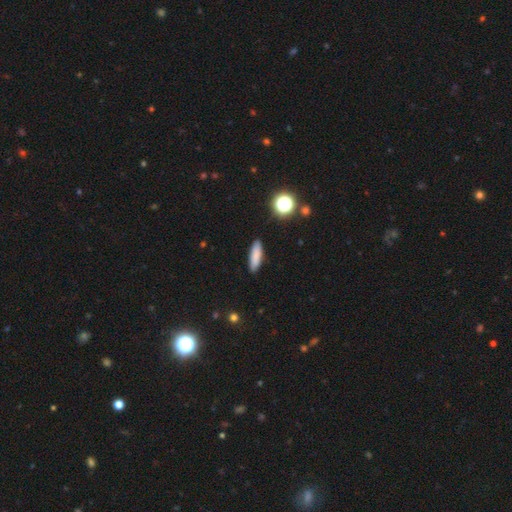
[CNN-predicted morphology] This appears to be a smooth galaxy with no disk features (83%) that is cigar-shaped (58%). Merging: none (89%).